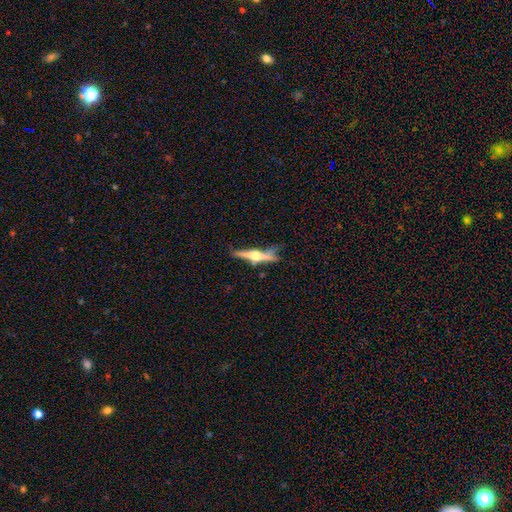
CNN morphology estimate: This appears to be a featured or disk galaxy (73%) viewed edge-on (97%) with a rounded central bulge (94%). Merging: none (70%).